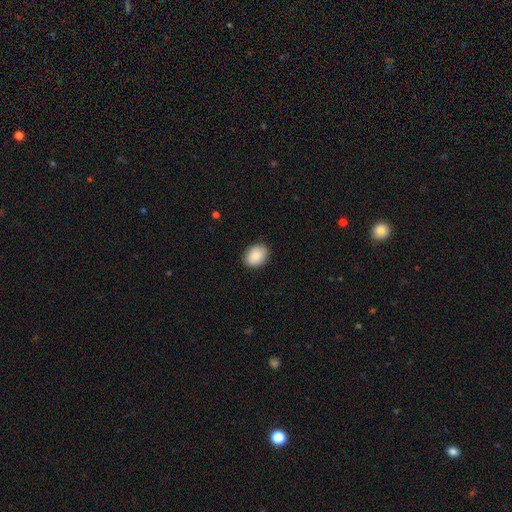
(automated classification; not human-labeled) smooth_or_featured: smooth (p=0.88) [alt: star or artifact p=0.07]
how_rounded: in between (p=0.68) [alt: round p=0.31]
merging: none (p=0.88) [alt: minor disturbance p=0.09]